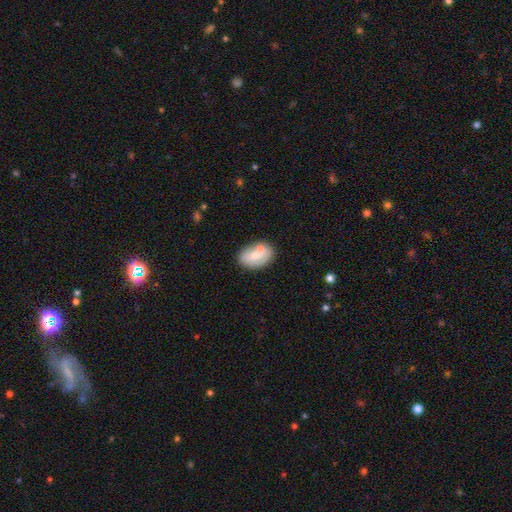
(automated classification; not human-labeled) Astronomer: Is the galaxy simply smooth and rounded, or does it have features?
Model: smooth — 69%.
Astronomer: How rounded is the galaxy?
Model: in between — 89%.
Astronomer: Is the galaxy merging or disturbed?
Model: none — 62%.